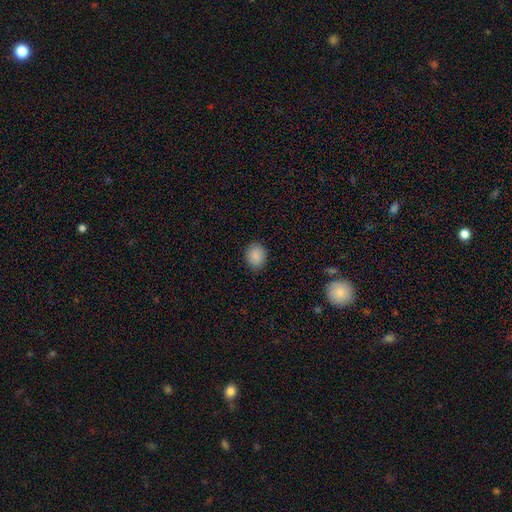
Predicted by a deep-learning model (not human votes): Q: Smooth or featured?
A: smooth (88%); runner-up: star or artifact (9%)
Q: How rounded?
A: round (56%); runner-up: in between (44%)
Q: Merging?
A: none (88%); runner-up: minor disturbance (9%)